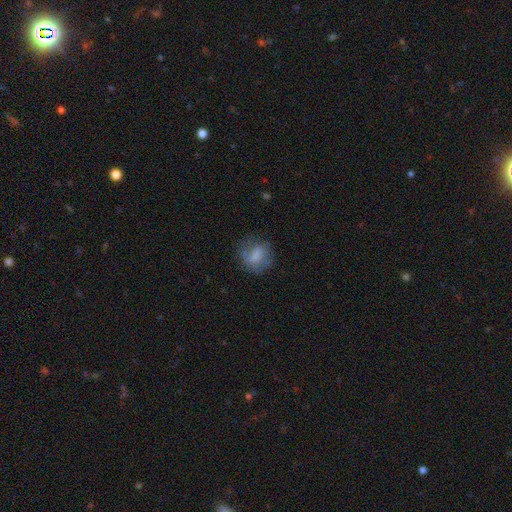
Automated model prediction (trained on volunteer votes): smooth_or_featured: smooth (p=0.66) [alt: featured or disk p=0.24]
how_rounded: round (p=0.53) [alt: in between p=0.45]
merging: none (p=0.57) [alt: minor disturbance p=0.24]